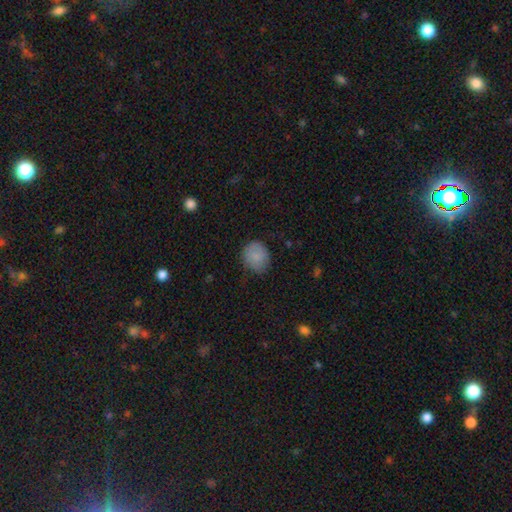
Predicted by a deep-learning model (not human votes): Smooth or featured? smooth (86%)
How rounded? round (77%)
Merging? none (76%)